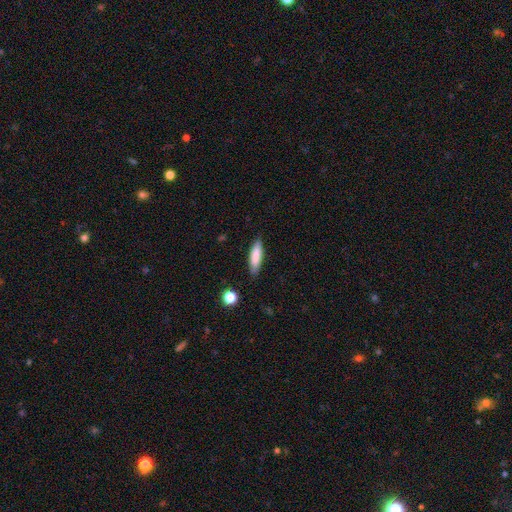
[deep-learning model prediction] Smooth or featured: smooth — 82% (featured or disk — 11%)
How rounded: cigar-shaped — 61% (in between — 38%)
Merging: none — 84% (minor disturbance — 12%)